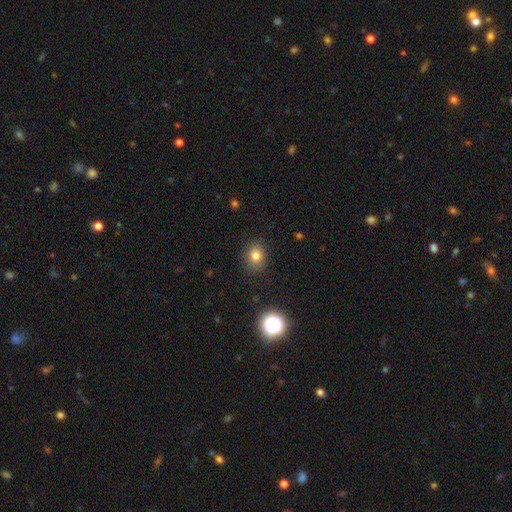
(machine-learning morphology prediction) A smooth galaxy with no disk features (78%) that is round (57%). Merging: none (86%).